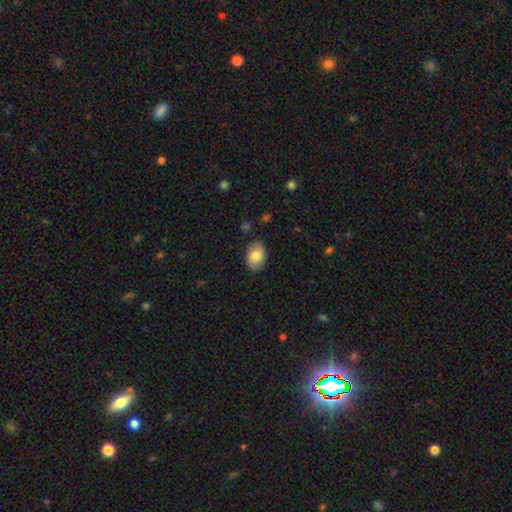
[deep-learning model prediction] The model was most divided on "how rounded": in between: 83%, round: 16%, cigar-shaped: 1%. More confident: merging — none (86%); smooth or featured — smooth (81%).